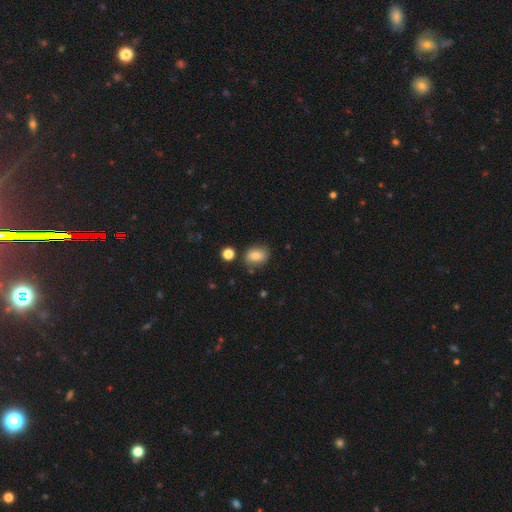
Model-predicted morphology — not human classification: Smooth or featured: smooth — 82% (star or artifact — 10%)
How rounded: in between — 66% (round — 32%)
Merging: none — 75% (minor disturbance — 16%)